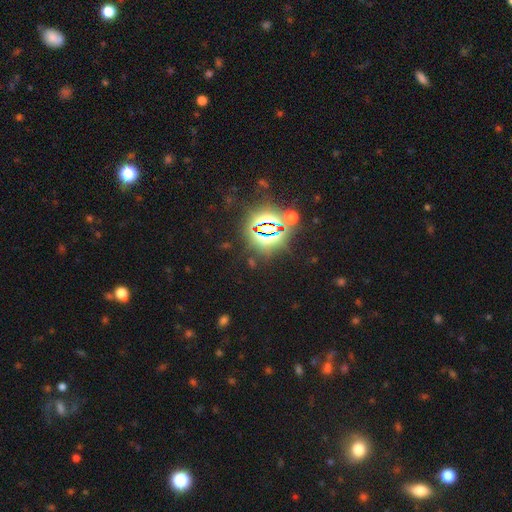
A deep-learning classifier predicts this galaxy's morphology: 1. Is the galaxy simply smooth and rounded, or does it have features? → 82% star or artifact, 12% smooth, 7% featured or disk.